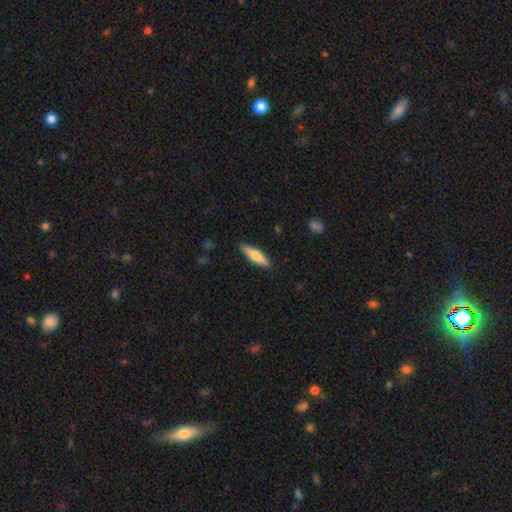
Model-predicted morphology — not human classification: This is likely a smooth galaxy (62%). How rounded: likely cigar-shaped (70%). Merging: clearly none (89%).